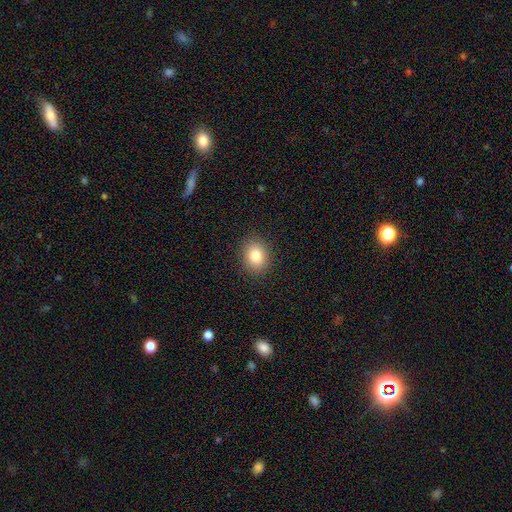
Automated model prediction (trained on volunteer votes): Smooth or featured? Predicted: smooth (p=0.82). How rounded? Predicted: round (p=0.57). Merging? Predicted: none (p=0.90).